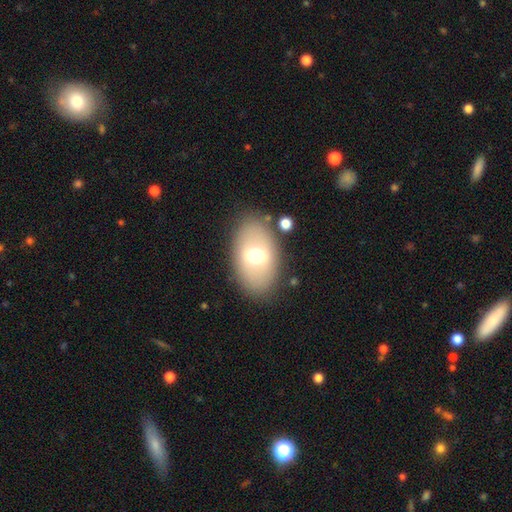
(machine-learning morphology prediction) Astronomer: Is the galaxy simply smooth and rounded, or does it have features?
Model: smooth — 60%.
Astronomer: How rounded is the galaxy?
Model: in between — 88%.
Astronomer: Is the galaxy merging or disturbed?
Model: none — 82%.